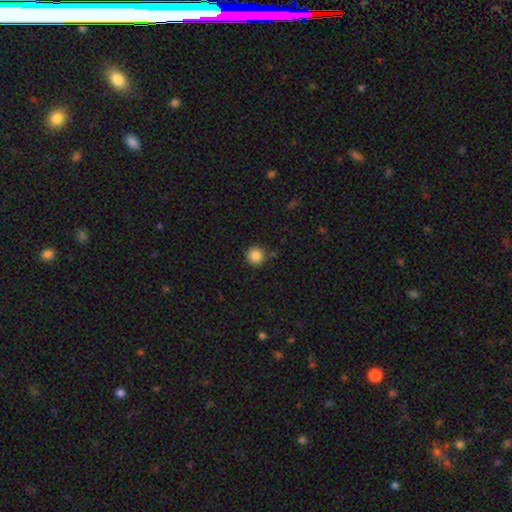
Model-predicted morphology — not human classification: Smooth or featured: smooth — 86% (star or artifact — 10%)
How rounded: round — 95% (in between — 4%)
Merging: none — 88% (minor disturbance — 8%)